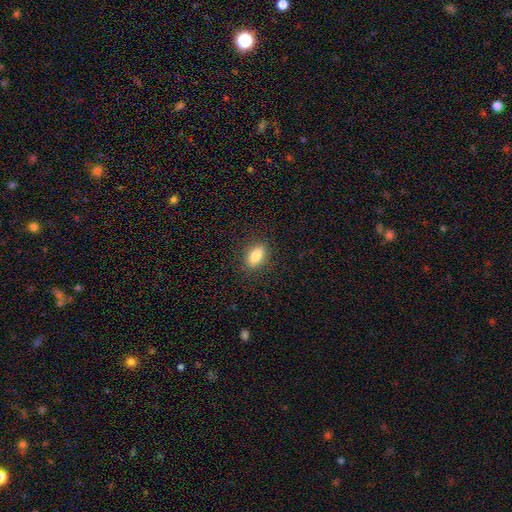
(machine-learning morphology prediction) Smooth or featured? smooth (83%)
How rounded? in between (86%)
Merging? none (87%)